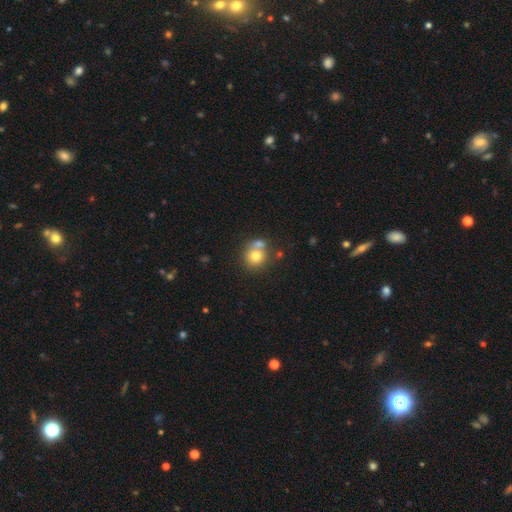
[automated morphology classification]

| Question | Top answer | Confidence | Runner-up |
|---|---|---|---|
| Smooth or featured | smooth | 73% | featured or disk (16%) |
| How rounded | round | 83% | in between (16%) |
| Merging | none | 48% | merger (38%) |